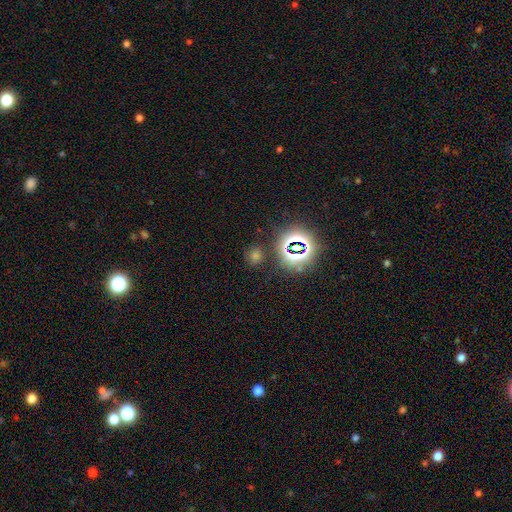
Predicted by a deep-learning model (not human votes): Smooth or featured? Predicted: smooth (p=0.48). Merging? Predicted: none (p=0.82).